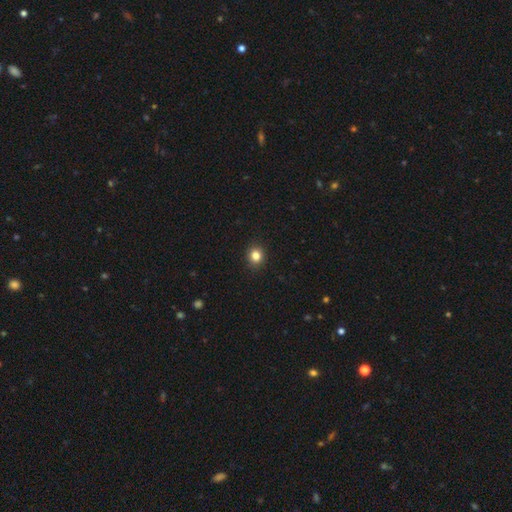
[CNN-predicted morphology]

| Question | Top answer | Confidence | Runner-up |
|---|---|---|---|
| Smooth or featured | smooth | 83% | star or artifact (12%) |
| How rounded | round | 82% | in between (17%) |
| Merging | none | 92% | minor disturbance (6%) |